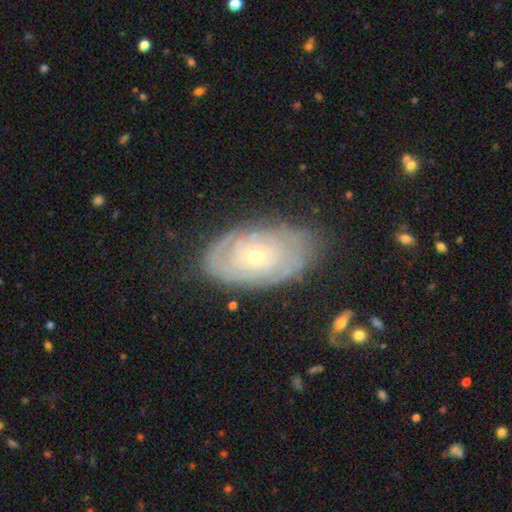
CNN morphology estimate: This is likely a featured or disk galaxy (73%). It is clearly not viewed edge-on (93%). Bar: clearly no (84%). Spiral arm pattern: likely yes (77%). Spiral arm count: possibly can't tell (57%). Spiral winding: likely tight (79%). Central bulge: likely small (68%). Merging: likely none (76%).